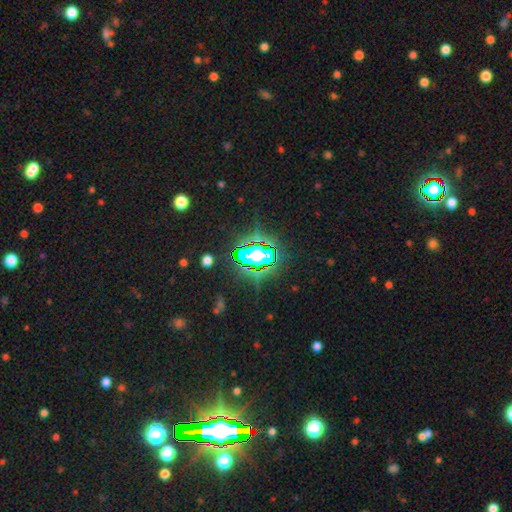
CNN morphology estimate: This appears to be a star or artifact, not a galaxy (71%).